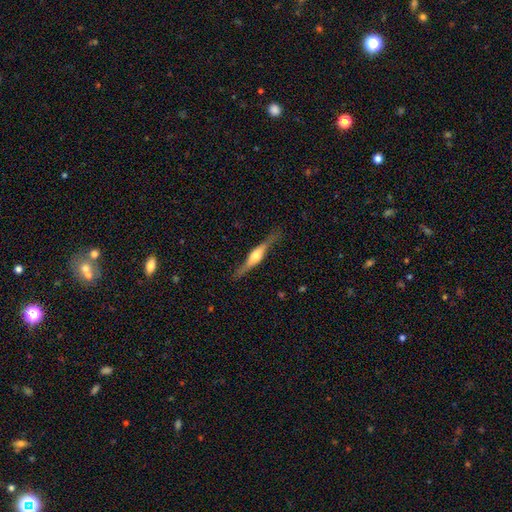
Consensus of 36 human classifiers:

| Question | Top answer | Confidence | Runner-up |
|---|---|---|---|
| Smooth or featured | featured or disk | 56% | smooth (39%) |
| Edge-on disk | yes | 100% | — |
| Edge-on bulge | rounded | 90% | boxy (5%) |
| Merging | none | 85% | major disturbance (9%) |